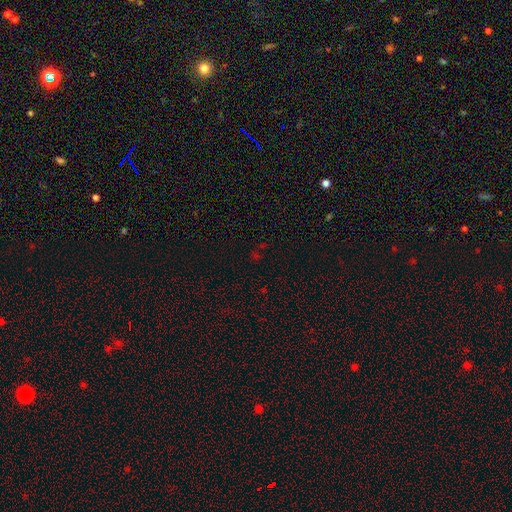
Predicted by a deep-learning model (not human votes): Smooth or featured? star or artifact (62%)